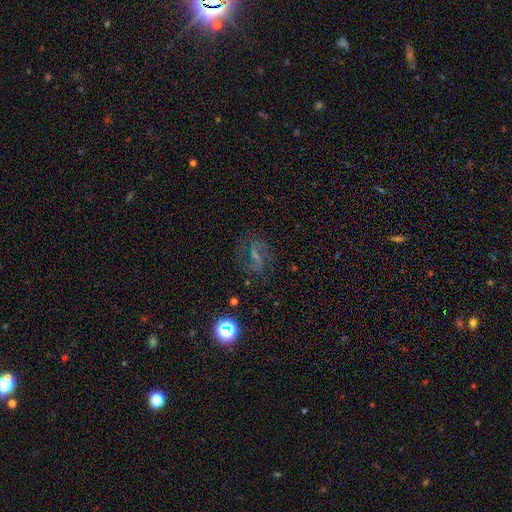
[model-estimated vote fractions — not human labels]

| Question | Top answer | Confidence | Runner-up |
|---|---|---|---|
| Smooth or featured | featured or disk | 63% | star or artifact (20%) |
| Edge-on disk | no | 96% | yes (4%) |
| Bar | weak | 42% | strong (40%) |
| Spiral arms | yes | 86% | no (14%) |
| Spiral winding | loose | 44% | medium (41%) |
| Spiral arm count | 2 | 85% | can't tell (7%) |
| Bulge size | small | 42% | none (39%) |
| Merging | none | 72% | minor disturbance (14%) |